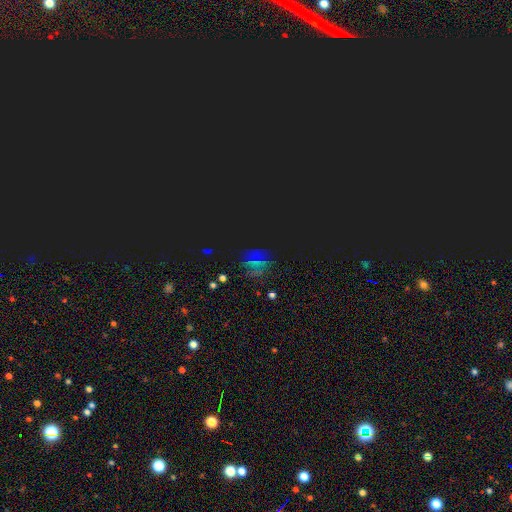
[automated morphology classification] This is likely a star or artifact rather than a galaxy (67%).